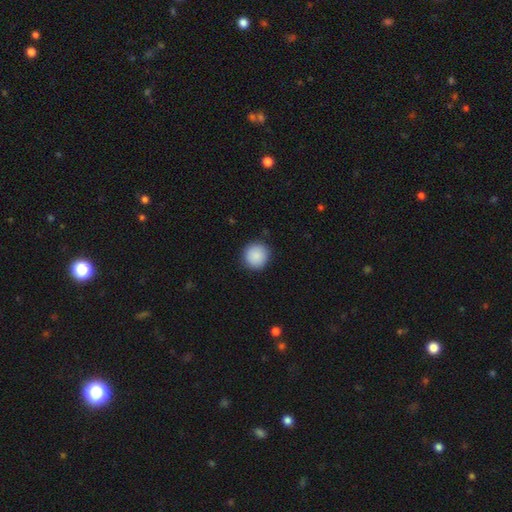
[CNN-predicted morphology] smooth 89%, star or artifact 7%, featured or disk 4%. Down the decision tree: how rounded — round (94%); merging — none (90%).